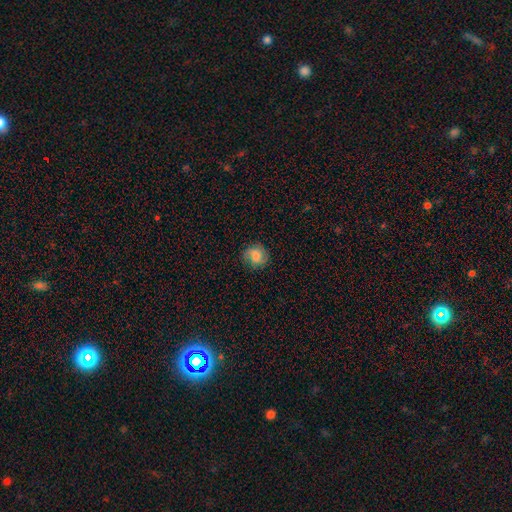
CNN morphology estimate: A smooth galaxy with no disk features (60%) that is round (82%).

Vote fractions:
- Smooth or featured? smooth: 60% / featured or disk: 30% / star or artifact: 9%
- How rounded? round: 82% / in between: 17% / cigar-shaped: 1%
- Merging? none: 80% / minor disturbance: 15% / major disturbance: 5% / merger: 1%